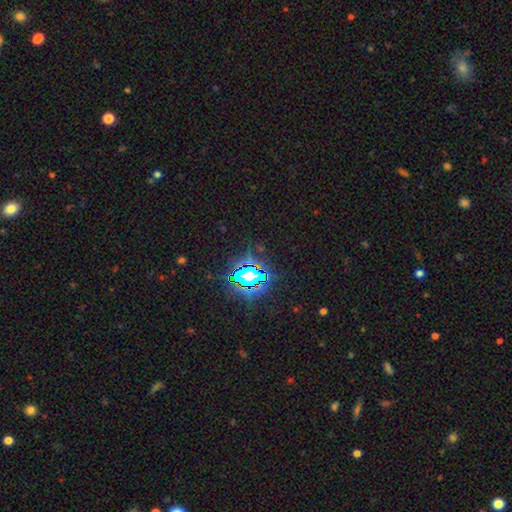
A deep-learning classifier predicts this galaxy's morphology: smooth_or_featured: star or artifact (p=0.82) [alt: smooth p=0.11]